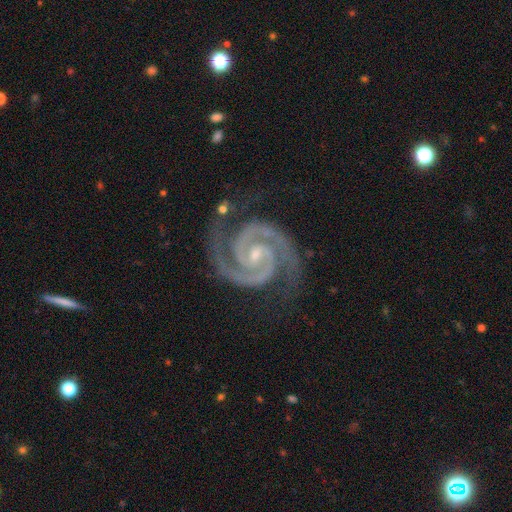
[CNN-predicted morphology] Q: Smooth or featured?
A: featured or disk (94%); runner-up: star or artifact (4%)
Q: Edge-on disk?
A: no (98%); runner-up: yes (2%)
Q: Bar?
A: no (44%); runner-up: weak (38%)
Q: Spiral arms?
A: yes (99%); runner-up: no (1%)
Q: Spiral winding?
A: tight (66%); runner-up: medium (31%)
Q: Spiral arm count?
A: 2 (93%); runner-up: 3 (3%)
Q: Bulge size?
A: small (65%); runner-up: moderate (29%)
Q: Merging?
A: none (79%); runner-up: minor disturbance (15%)